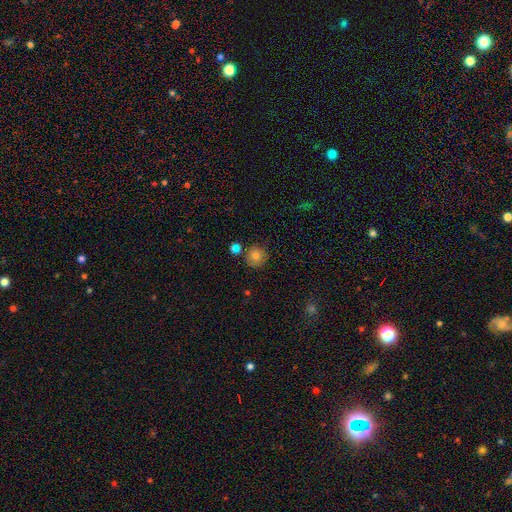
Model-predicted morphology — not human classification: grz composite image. It shows a smooth galaxy with no disk features (80%) that is round (89%). Merging: none (73%).